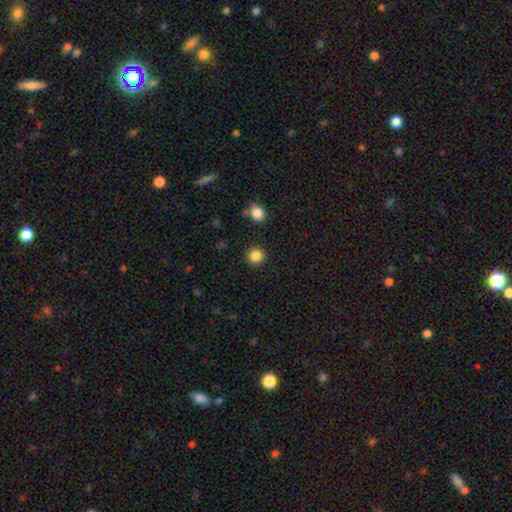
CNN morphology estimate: This is clearly a smooth galaxy (86%). How rounded: clearly round (94%). Merging: clearly none (91%).